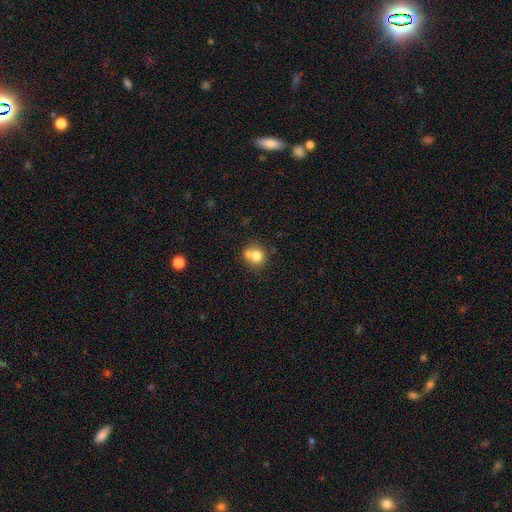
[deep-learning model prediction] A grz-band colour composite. It shows a smooth galaxy with no disk features (76%) that is round (84%). Merging: none (49%).